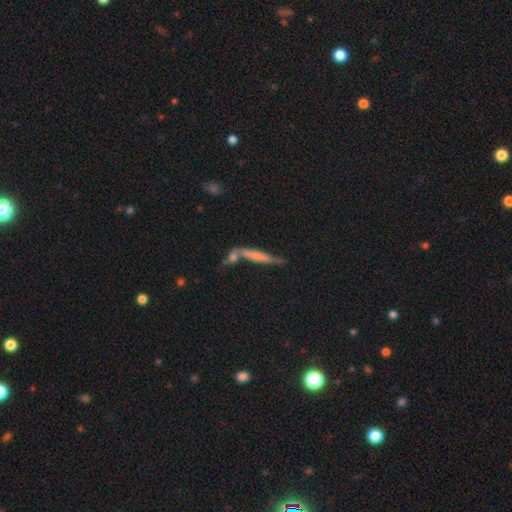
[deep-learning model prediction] Smooth or featured? smooth (52%)
How rounded? cigar-shaped (91%)
Merging? none (52%)